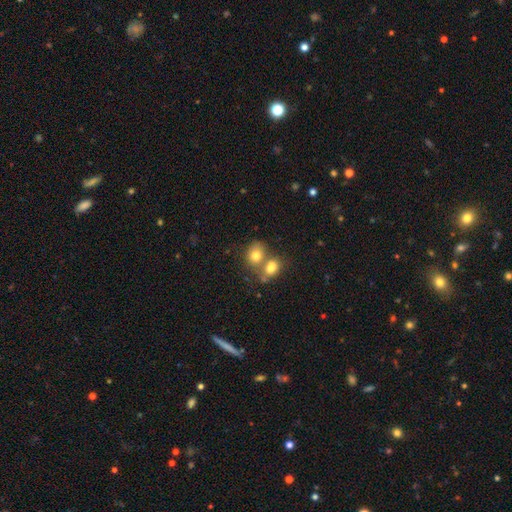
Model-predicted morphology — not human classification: type=smooth (76%); roundness=in between (51%); merging=merger (58%).